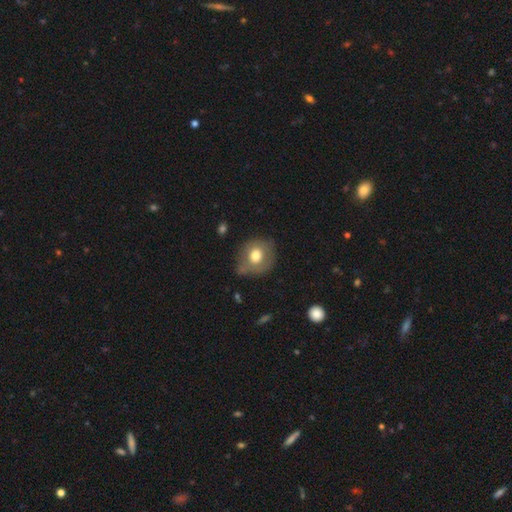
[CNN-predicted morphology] Overall: smooth (69%). How rounded: round (75%). Merging: none (61%; minor disturbance 26%).